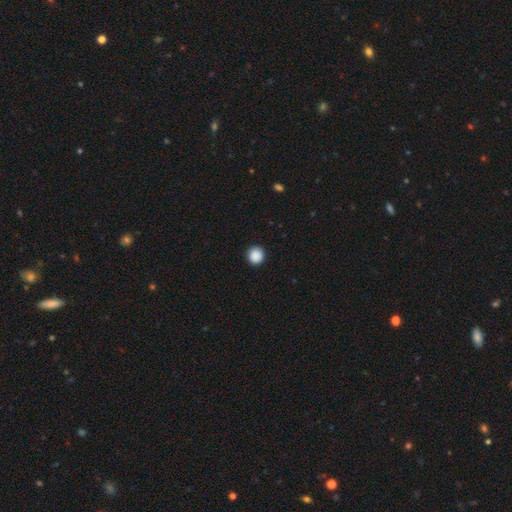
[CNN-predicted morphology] smooth_or_featured: smooth (p=0.89) [alt: star or artifact p=0.09]
how_rounded: round (p=0.90) [alt: in between p=0.09]
merging: none (p=0.92) [alt: minor disturbance p=0.05]